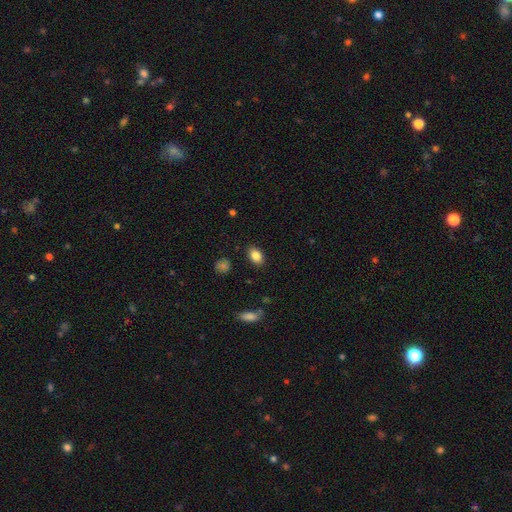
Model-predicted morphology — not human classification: Overall: smooth (84%). How rounded: in between (87%). Merging: none (87%).